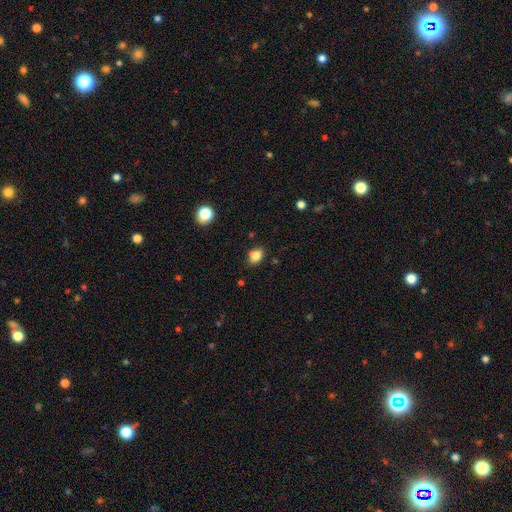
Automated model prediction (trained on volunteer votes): smooth_or_featured: smooth (p=0.83) [alt: star or artifact p=0.11]
how_rounded: in between (p=0.60) [alt: round p=0.39]
merging: none (p=0.72) [alt: minor disturbance p=0.20]